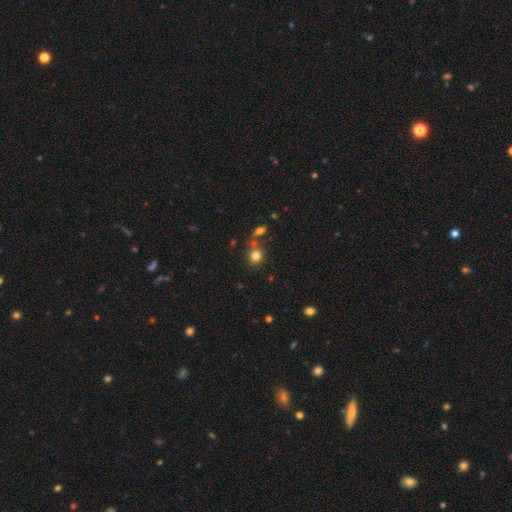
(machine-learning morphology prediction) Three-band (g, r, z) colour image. It shows a smooth galaxy with no disk features (80%) that is round (79%). Merging: none (63%).